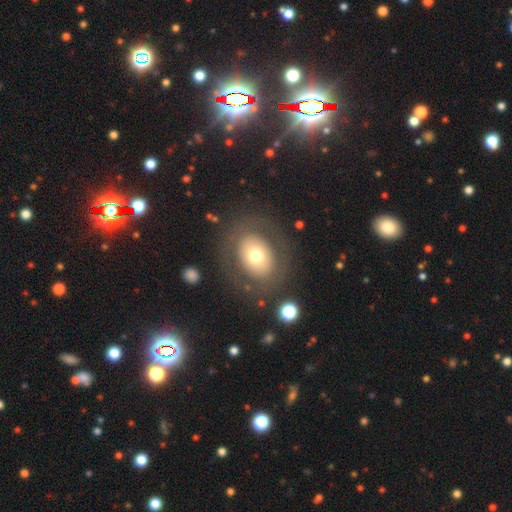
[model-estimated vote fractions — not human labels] The model was most divided on "how rounded": round: 52%, in between: 47%, cigar-shaped: 1%. More confident: merging — none (80%); smooth or featured — smooth (61%).